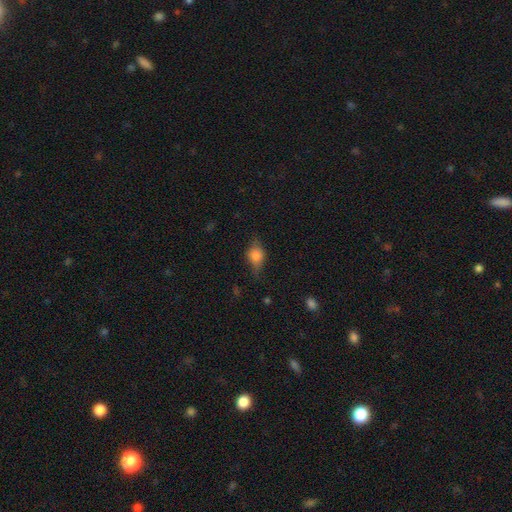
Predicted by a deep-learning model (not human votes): The model was most divided on "how rounded": in between: 56%, round: 39%, cigar-shaped: 5%. More confident: merging — none (62%); smooth or featured — smooth (62%).